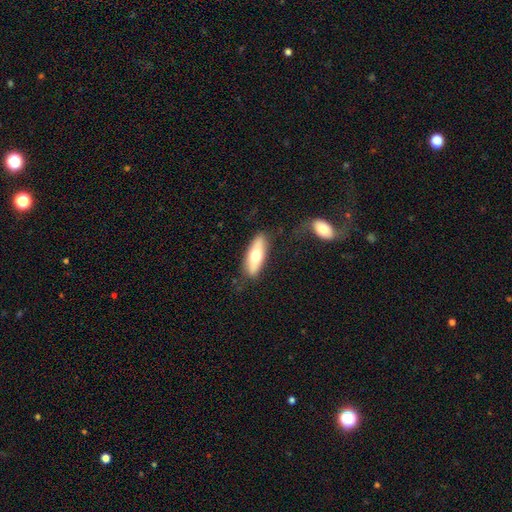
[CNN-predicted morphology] smooth_or_featured: smooth (p=0.62) [alt: featured or disk p=0.32]
how_rounded: in between (p=0.53) [alt: cigar-shaped p=0.45]
merging: none (p=0.80) [alt: minor disturbance p=0.13]